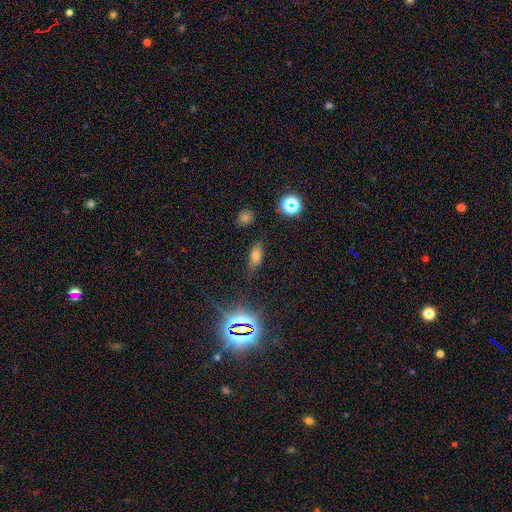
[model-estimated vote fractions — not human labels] This is possibly a smooth galaxy (55%). How rounded: likely in between (66%). Merging: likely none (78%).